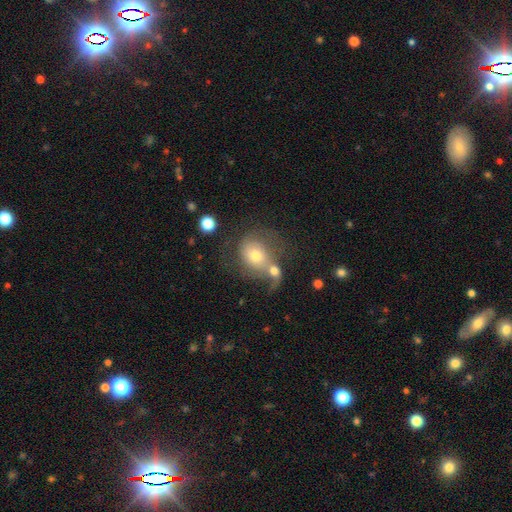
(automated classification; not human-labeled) smooth 47%, featured or disk 42%, star or artifact 11%. Down the decision tree: merging — merger (46%).